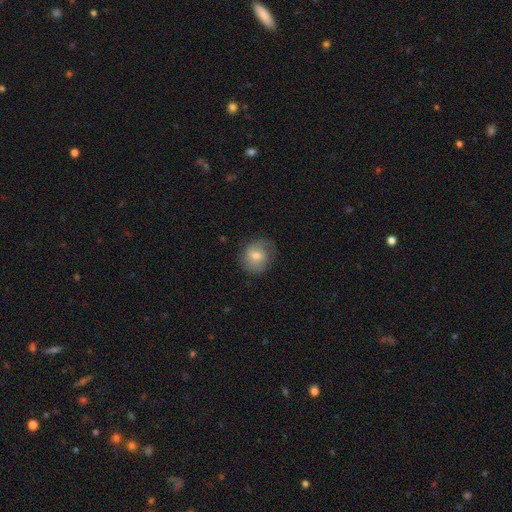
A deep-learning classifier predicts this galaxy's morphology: Smooth or featured? smooth (56%)
How rounded? round (77%)
Merging? none (70%)